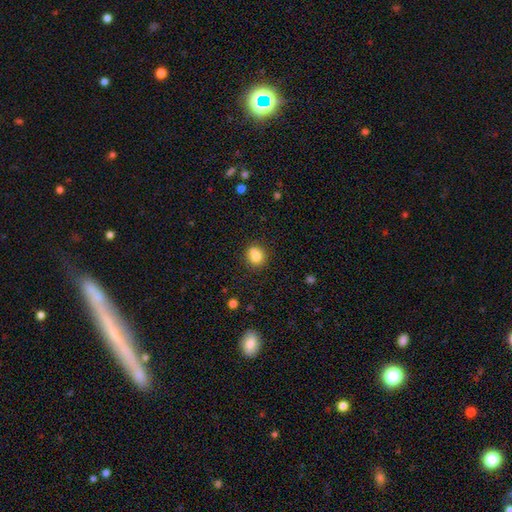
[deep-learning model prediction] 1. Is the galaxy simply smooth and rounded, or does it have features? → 78% smooth, 11% featured or disk, 11% star or artifact.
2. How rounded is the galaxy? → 80% round, 20% in between, 1% cigar-shaped.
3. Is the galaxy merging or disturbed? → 62% none, 21% merger, 14% minor disturbance, 4% major disturbance.